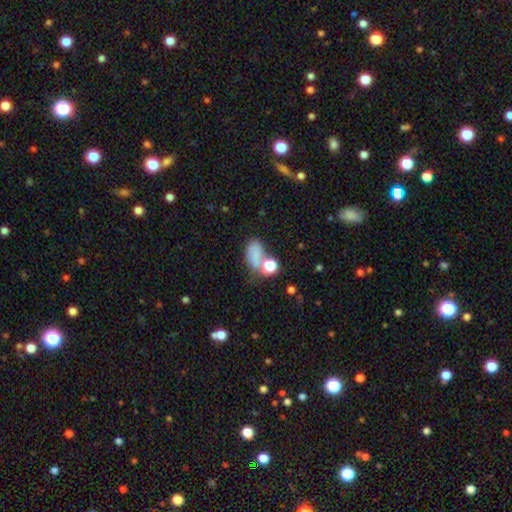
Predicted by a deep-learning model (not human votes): smooth_or_featured: smooth (p=0.70) [alt: star or artifact p=0.16]
how_rounded: in between (p=0.81) [alt: round p=0.16]
merging: none (p=0.35) [alt: merger p=0.29]